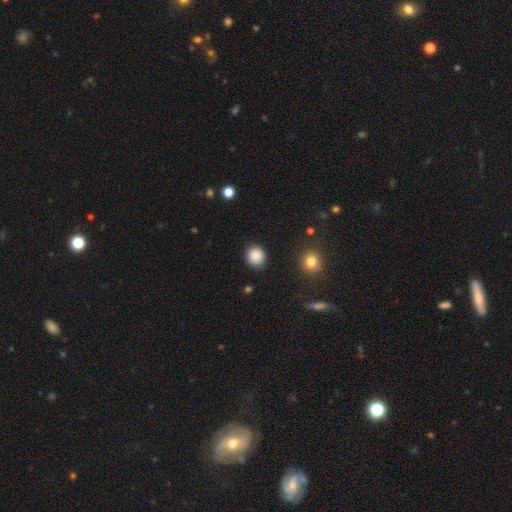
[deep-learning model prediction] smooth 88%, star or artifact 9%, featured or disk 4%. Down the decision tree: how rounded — round (80%); merging — none (88%).